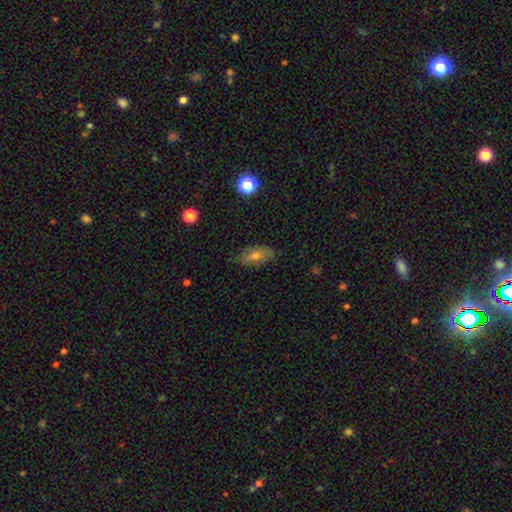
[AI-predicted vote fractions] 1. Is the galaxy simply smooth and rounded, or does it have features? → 66% smooth, 23% featured or disk, 11% star or artifact.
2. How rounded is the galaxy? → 82% in between, 12% cigar-shaped, 6% round.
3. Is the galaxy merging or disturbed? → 82% none, 14% minor disturbance, 3% major disturbance, 1% merger.